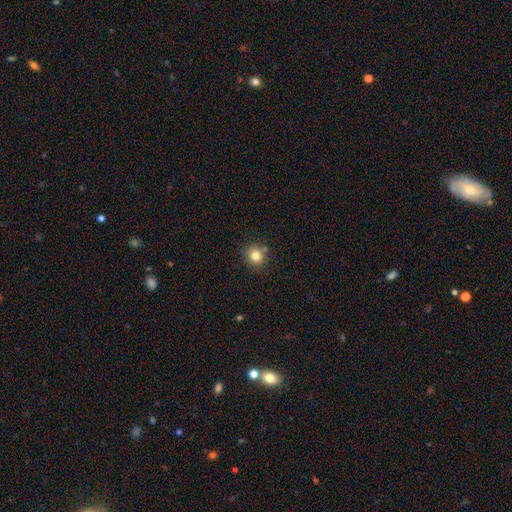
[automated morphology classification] Smooth or featured? Predicted: smooth (p=0.82). How rounded? Predicted: round (p=0.86). Merging? Predicted: none (p=0.80).